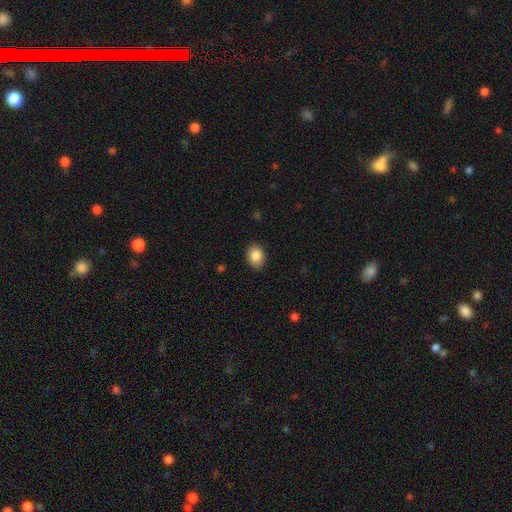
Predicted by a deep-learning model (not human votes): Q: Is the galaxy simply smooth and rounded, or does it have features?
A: smooth — 87%.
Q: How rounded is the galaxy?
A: in between — 62%.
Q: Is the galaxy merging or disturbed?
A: none — 87%.